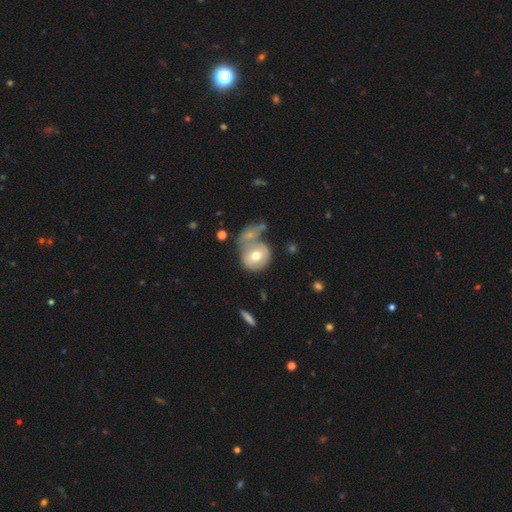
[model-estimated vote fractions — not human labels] smooth 65%, featured or disk 28%, star or artifact 7%. Down the decision tree: how rounded — round (73%); merging — merger (39%).